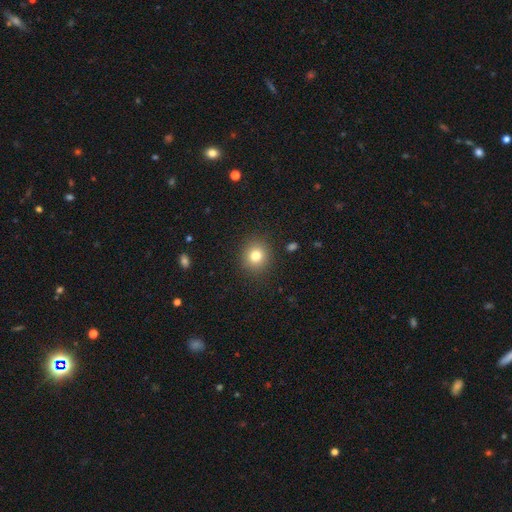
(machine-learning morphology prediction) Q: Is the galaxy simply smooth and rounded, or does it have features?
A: smooth — 79%.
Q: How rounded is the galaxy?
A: round — 87%.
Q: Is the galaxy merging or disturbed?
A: none — 89%.